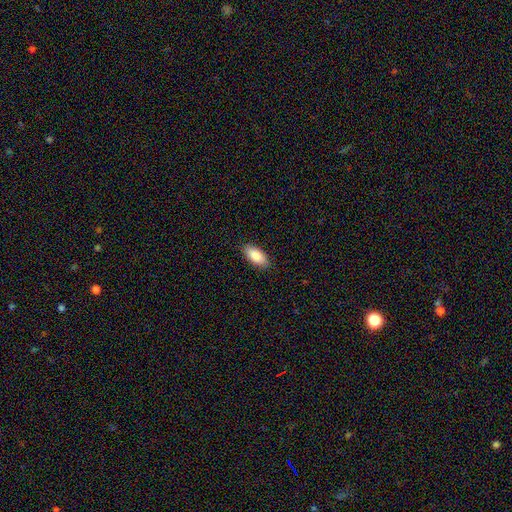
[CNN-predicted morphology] Smooth or featured? Predicted: smooth (p=0.86). How rounded? Predicted: in between (p=0.89). Merging? Predicted: none (p=0.88).